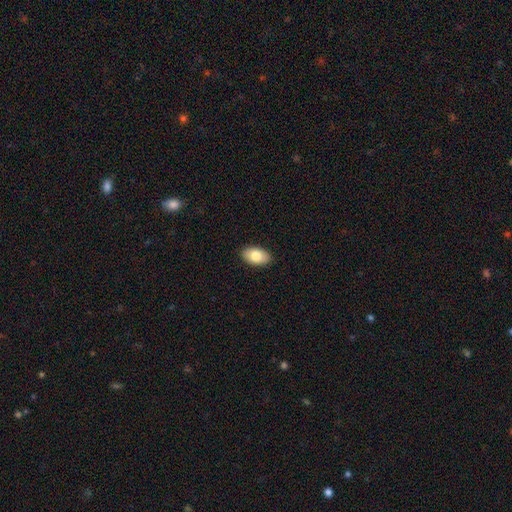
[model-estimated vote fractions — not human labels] Smooth or featured?
  - smooth: 81% *
  - featured or disk: 13%
  - star or artifact: 7%
How rounded?
  - in between: 93% *
  - round: 5%
  - cigar-shaped: 1%
Merging?
  - none: 90% *
  - minor disturbance: 8%
  - major disturbance: 2%
  - merger: 1%